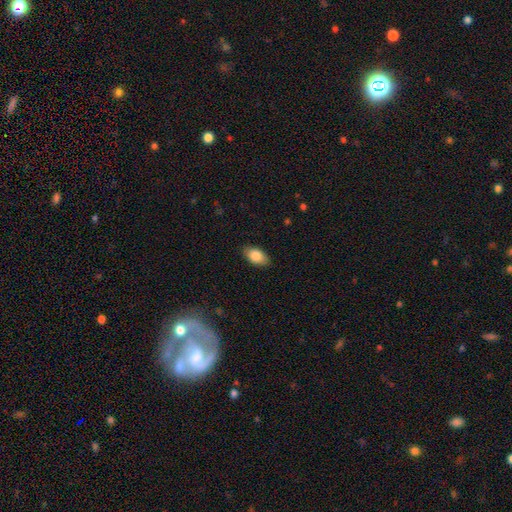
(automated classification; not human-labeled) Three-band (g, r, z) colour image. It shows a smooth galaxy with no disk features (84%) that is in between round and cigar-shaped (92%). Merging: none (86%).